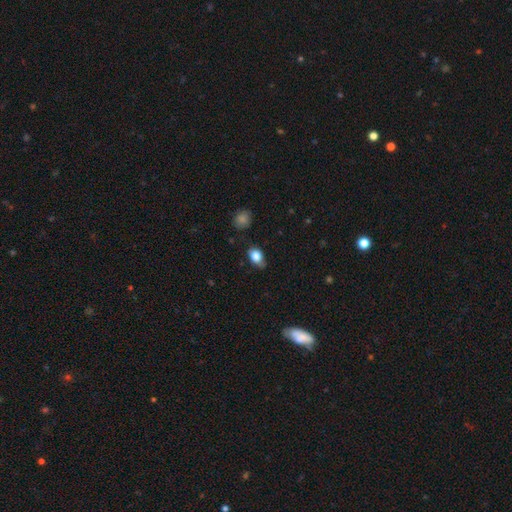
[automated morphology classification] type=smooth (82%); roundness=in between (80%); merging=none (67%).